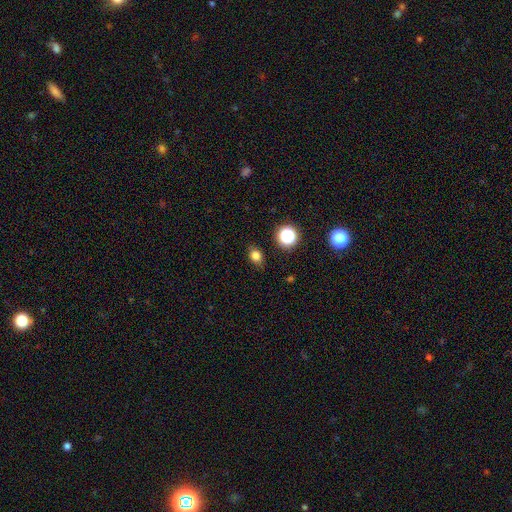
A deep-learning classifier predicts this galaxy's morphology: smooth 79%, star or artifact 15%, featured or disk 6%. Down the decision tree: how rounded — in between (56%); merging — none (84%).